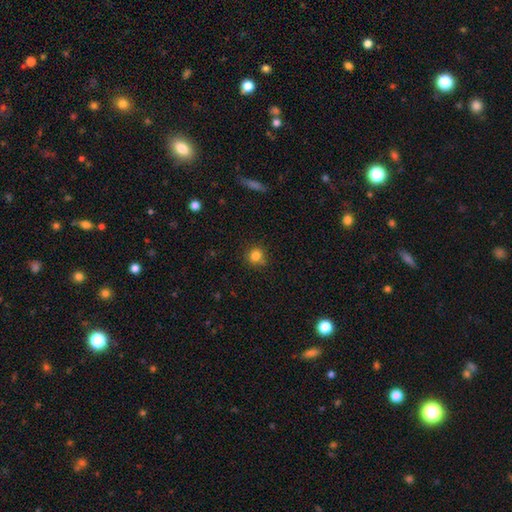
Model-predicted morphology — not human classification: A smooth galaxy with no disk features (82%) that is round (92%). Merging: none (83%).